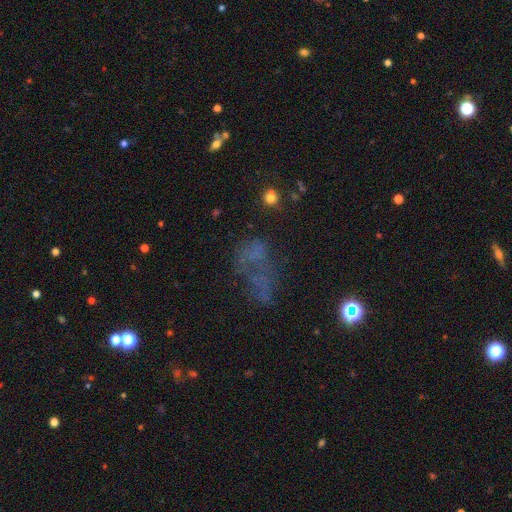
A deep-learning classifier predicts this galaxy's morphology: Overall: star or artifact (35%; smooth 33%).